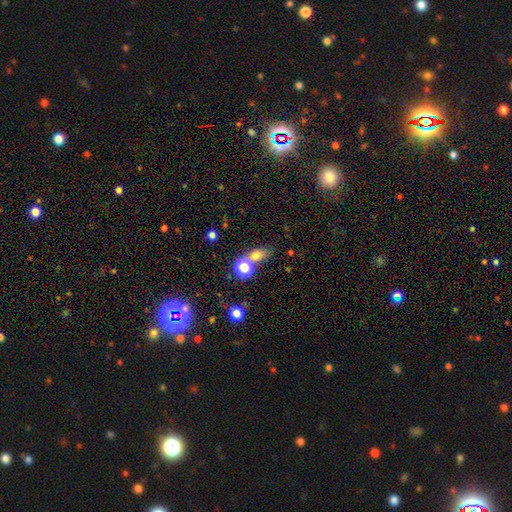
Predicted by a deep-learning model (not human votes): The model was most divided on "how rounded": in between: 51%, round: 43%, cigar-shaped: 6%. Remaining: smooth or featured — smooth (69%); merging — none (50%).